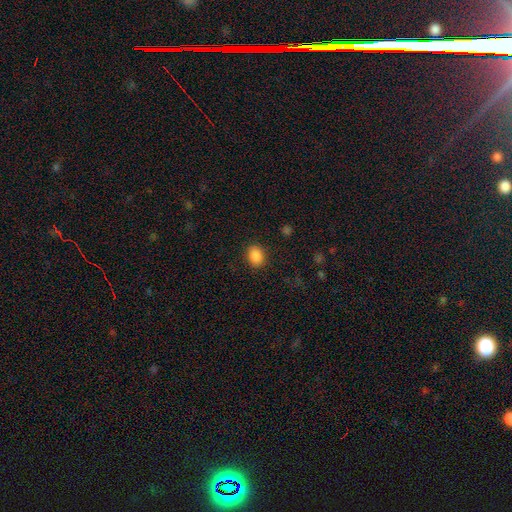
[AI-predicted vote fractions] A smooth galaxy with no disk features (88%) that is in between round and cigar-shaped (61%).

Vote fractions:
- Smooth or featured? smooth: 88% / star or artifact: 9% / featured or disk: 3%
- How rounded? in between: 61% / round: 38% / cigar-shaped: 1%
- Merging? none: 88% / minor disturbance: 8% / major disturbance: 3% / merger: 1%